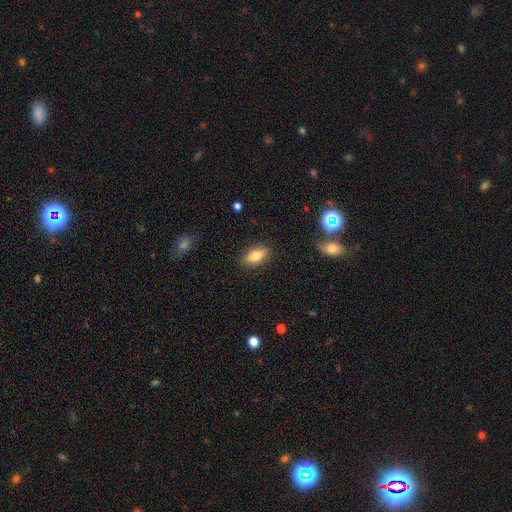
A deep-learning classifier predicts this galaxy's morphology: smooth_or_featured: smooth (p=0.79) [alt: featured or disk p=0.13]
how_rounded: in between (p=0.85) [alt: cigar-shaped p=0.09]
merging: none (p=0.87) [alt: minor disturbance p=0.09]